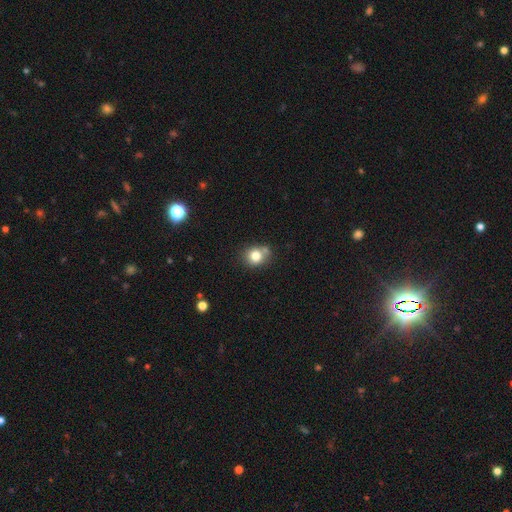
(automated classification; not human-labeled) smooth 79%, star or artifact 11%, featured or disk 10%. Down the decision tree: how rounded — round (76%); merging — none (63%).